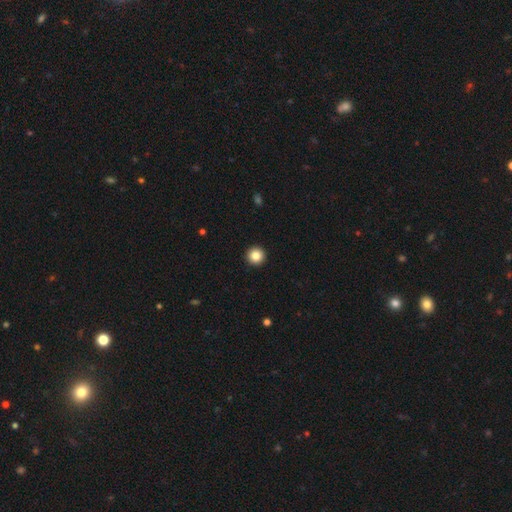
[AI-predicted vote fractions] smooth_or_featured: smooth (p=0.86) [alt: star or artifact p=0.10]
how_rounded: round (p=0.97) [alt: in between p=0.02]
merging: none (p=0.94) [alt: minor disturbance p=0.04]